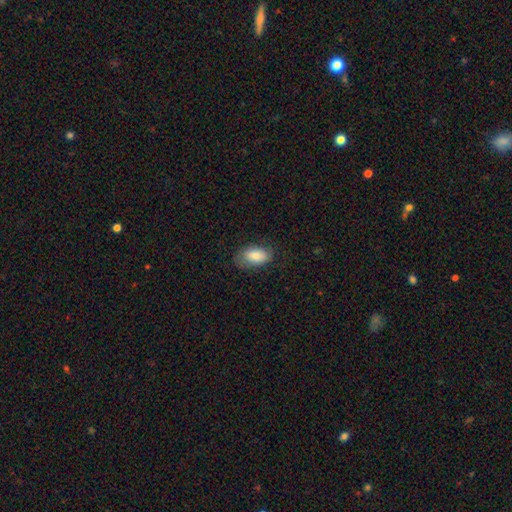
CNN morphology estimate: Smooth or featured? smooth (83%)
How rounded? in between (93%)
Merging? none (72%)